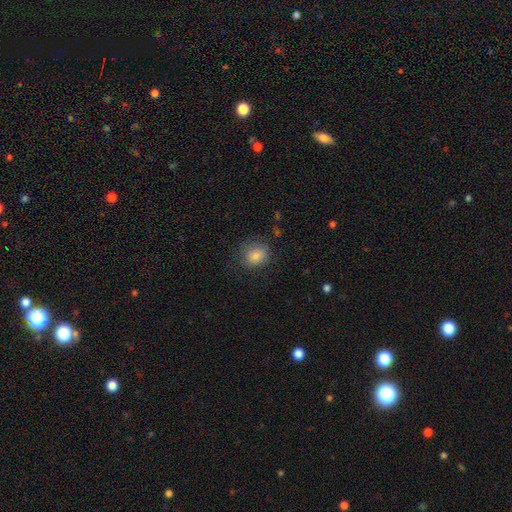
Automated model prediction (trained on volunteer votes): Overall: smooth (79%). How rounded: round (61%; in between 38%). Merging: none (72%).